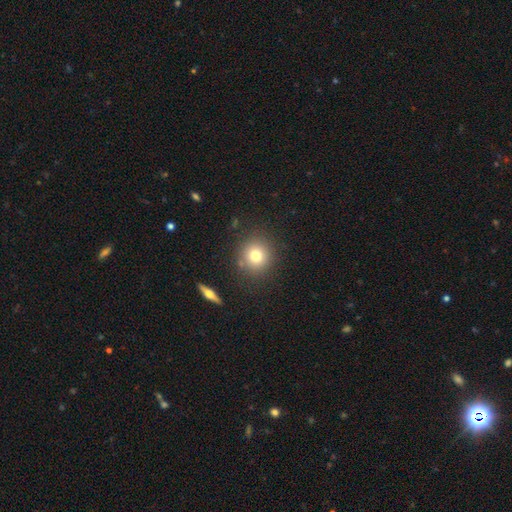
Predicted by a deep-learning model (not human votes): The model was most divided on "smooth or featured": smooth: 75%, featured or disk: 13%, star or artifact: 13%. More confident: how rounded — round (92%); merging — none (85%).